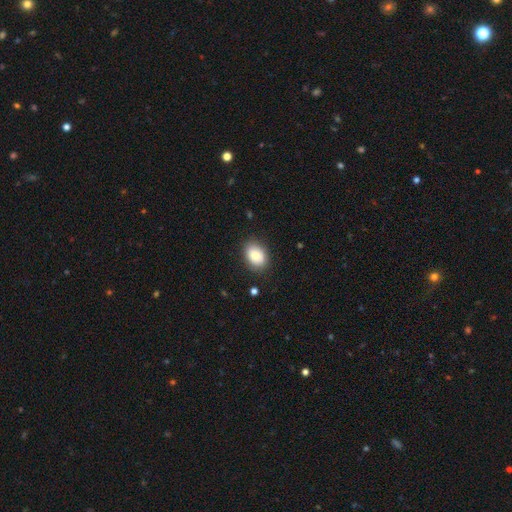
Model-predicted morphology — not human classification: Smooth or featured? Predicted: smooth (p=0.79). How rounded? Predicted: in between (p=0.72). Merging? Predicted: none (p=0.84).